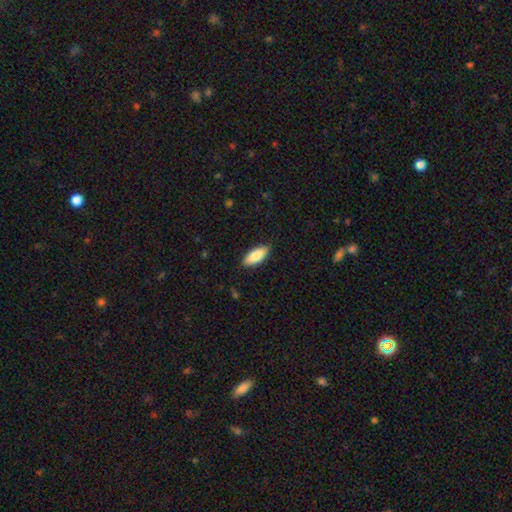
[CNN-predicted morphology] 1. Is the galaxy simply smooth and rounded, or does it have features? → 85% smooth, 9% featured or disk, 6% star or artifact.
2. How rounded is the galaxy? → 83% in between, 15% cigar-shaped, 2% round.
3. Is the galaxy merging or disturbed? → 88% none, 10% minor disturbance, 2% major disturbance, 1% merger.